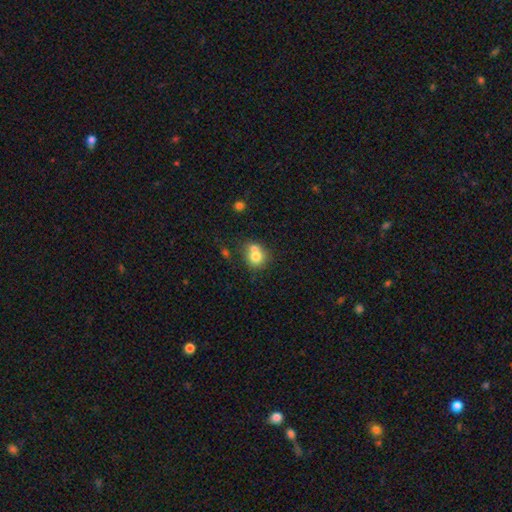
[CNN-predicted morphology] smooth_or_featured: smooth (p=0.73) [alt: featured or disk p=0.17]
how_rounded: round (p=0.74) [alt: in between p=0.25]
merging: merger (p=0.50) [alt: none p=0.36]